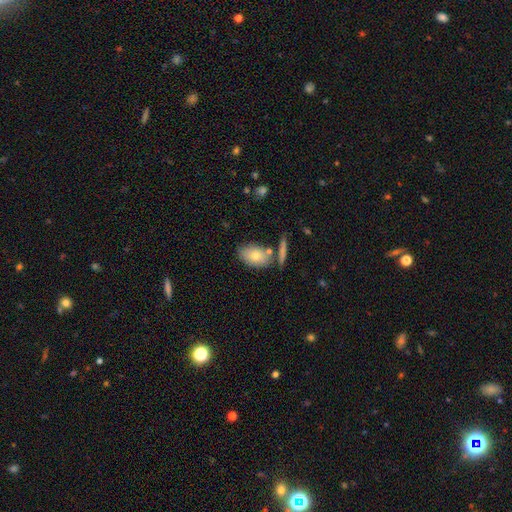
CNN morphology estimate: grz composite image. It shows a smooth galaxy with no disk features (76%) that is in between round and cigar-shaped (85%). Merging: none (66%).